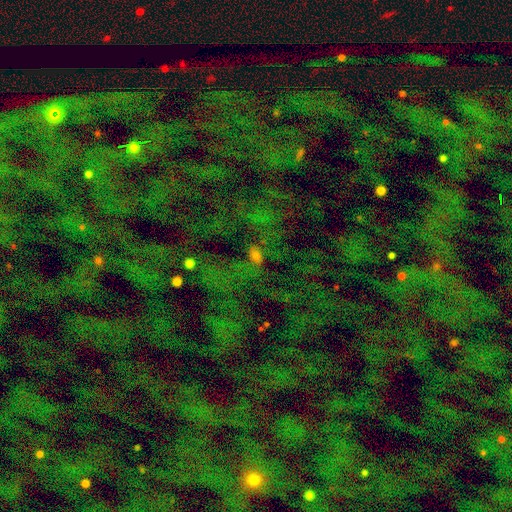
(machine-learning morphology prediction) The model was most divided on "smooth or featured": star or artifact: 70%, smooth: 20%, featured or disk: 11%.